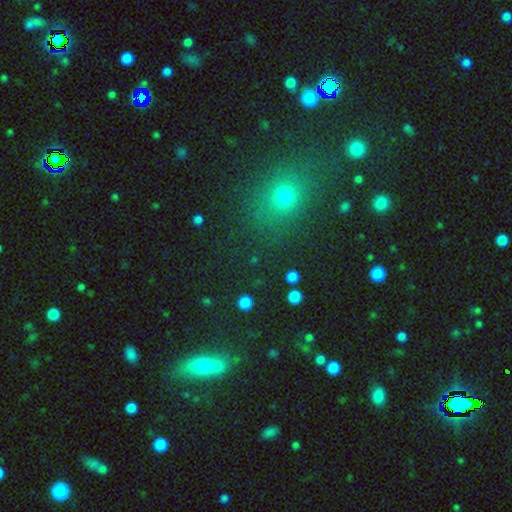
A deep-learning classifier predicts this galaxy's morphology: smooth 53%, star or artifact 37%, featured or disk 10%. Down the decision tree: how rounded — round (60%); merging — none (84%).